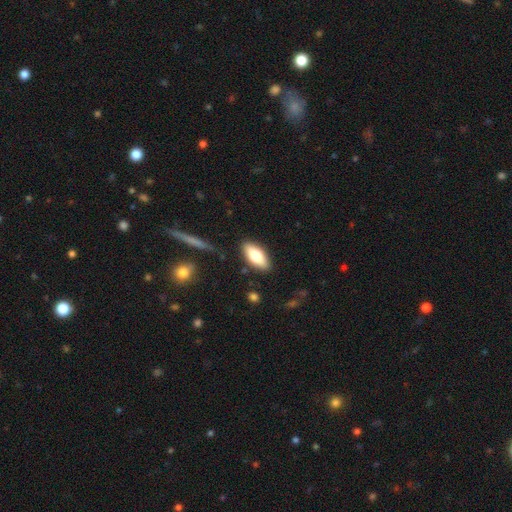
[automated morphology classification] smooth-or-featured: smooth: 72% | featured or disk: 21% | star or artifact: 6%
  how-rounded: in between: 80% | cigar-shaped: 17% | round: 2%
  merging: none: 86% | minor disturbance: 10% | major disturbance: 2% | merger: 2%